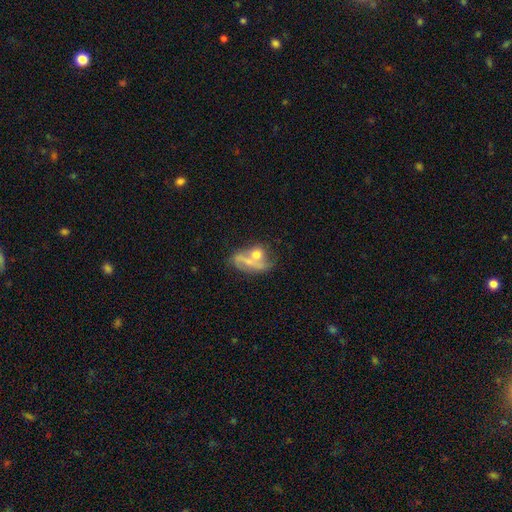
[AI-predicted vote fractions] smooth_or_featured: smooth (p=0.48) [alt: featured or disk p=0.41]
merging: merger (p=0.43) [alt: none p=0.25]